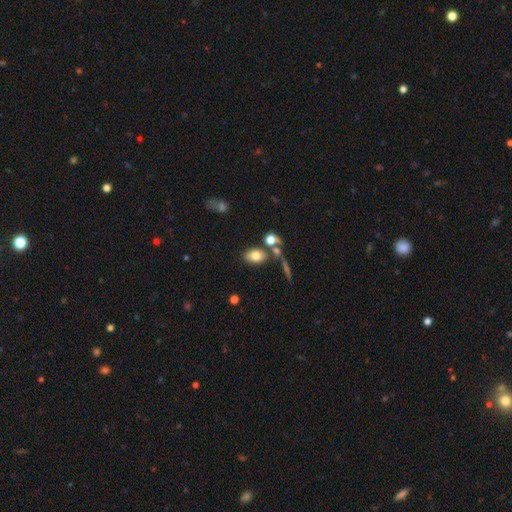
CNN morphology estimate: smooth 76%, featured or disk 15%, star or artifact 9%. Down the decision tree: how rounded — in between (83%); merging — none (62%).